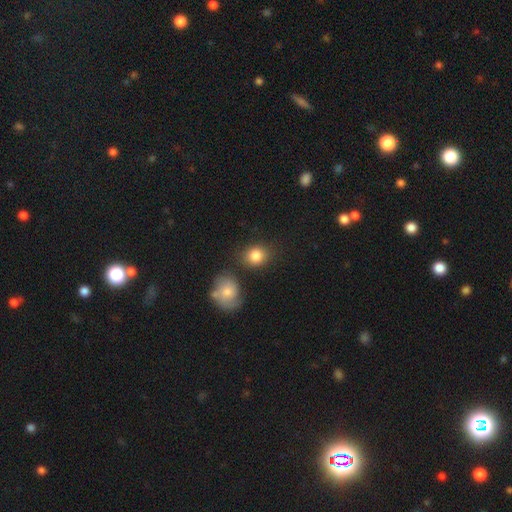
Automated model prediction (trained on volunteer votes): Q: Smooth or featured?
A: smooth (84%); runner-up: star or artifact (9%)
Q: How rounded?
A: round (67%); runner-up: in between (32%)
Q: Merging?
A: none (73%); runner-up: minor disturbance (13%)